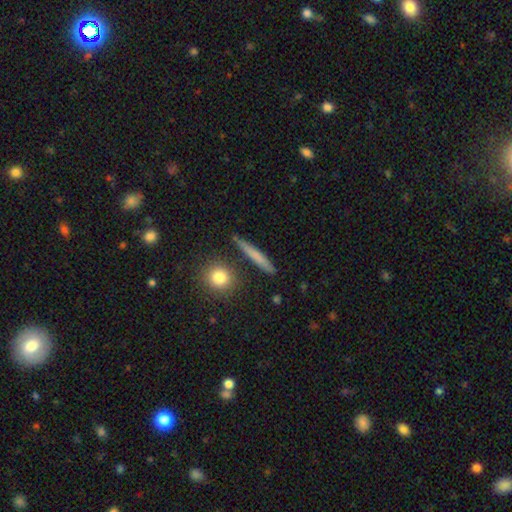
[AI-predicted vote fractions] Smooth or featured? smooth (67%)
How rounded? cigar-shaped (90%)
Merging? none (87%)